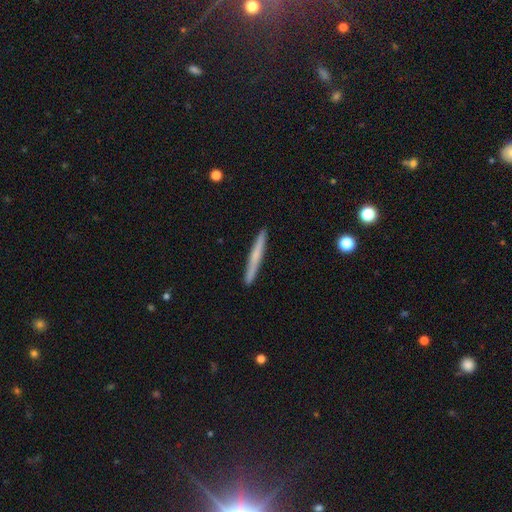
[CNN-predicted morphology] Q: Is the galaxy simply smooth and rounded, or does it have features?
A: smooth — 55%.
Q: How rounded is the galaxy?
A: cigar-shaped — 97%.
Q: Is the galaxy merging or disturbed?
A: none — 92%.